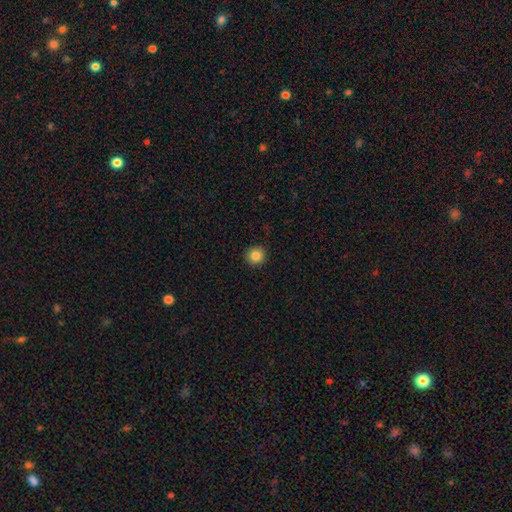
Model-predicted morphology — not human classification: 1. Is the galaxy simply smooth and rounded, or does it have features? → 85% smooth, 10% star or artifact, 4% featured or disk.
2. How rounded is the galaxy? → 94% round, 5% in between, 1% cigar-shaped.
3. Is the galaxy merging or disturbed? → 91% none, 6% minor disturbance, 2% major disturbance, 1% merger.